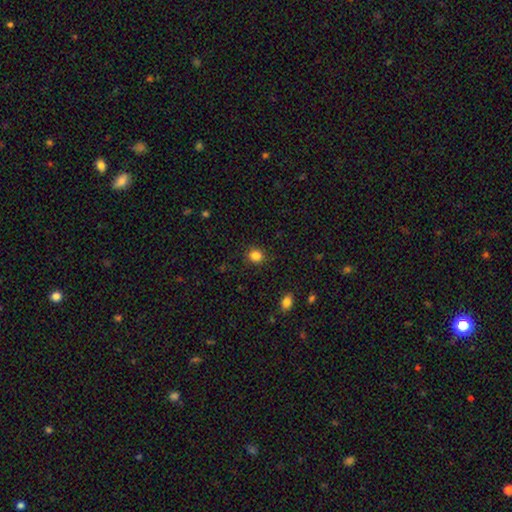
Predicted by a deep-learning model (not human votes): A smooth galaxy with no disk features (85%) that is round (73%). Merging: none (88%).